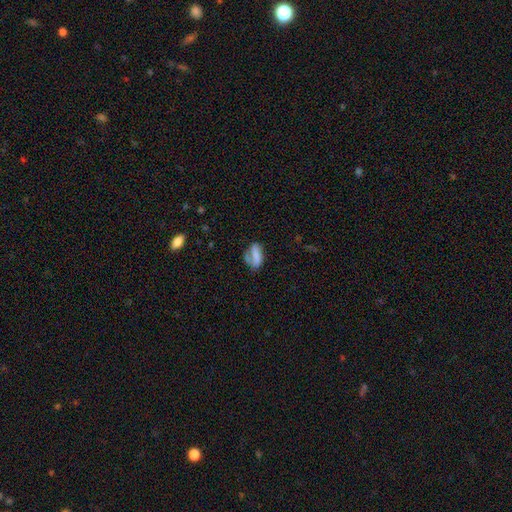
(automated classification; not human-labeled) This appears to be a smooth galaxy with no disk features (62%) that is in between round and cigar-shaped (81%). Merging: none (41%).